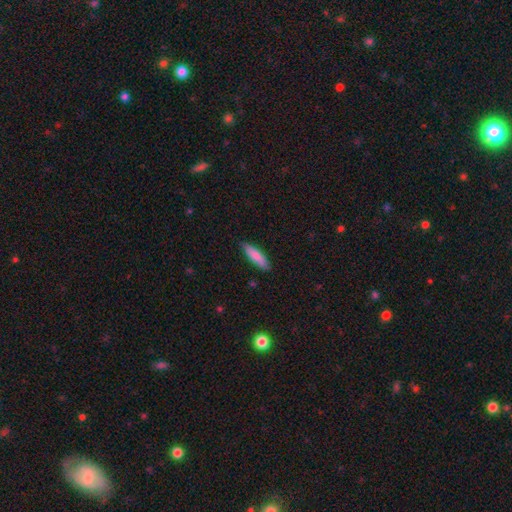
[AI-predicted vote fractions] Smooth or featured? smooth (84%)
How rounded? cigar-shaped (69%)
Merging? none (85%)